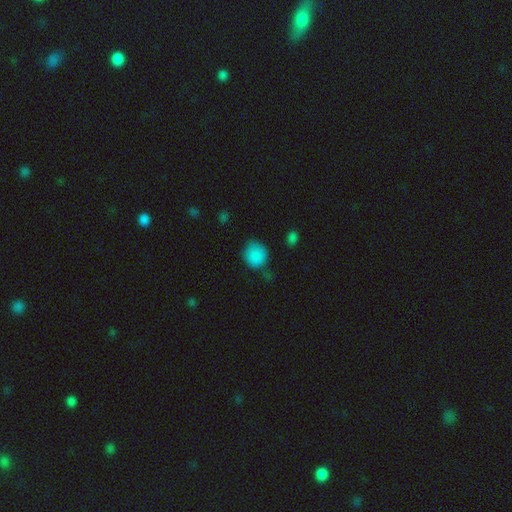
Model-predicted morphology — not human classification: smooth-or-featured: smooth: 87% | star or artifact: 9% | featured or disk: 4%
  how-rounded: round: 84% | in between: 15% | cigar-shaped: 1%
  merging: none: 69% | minor disturbance: 21% | major disturbance: 6% | merger: 5%